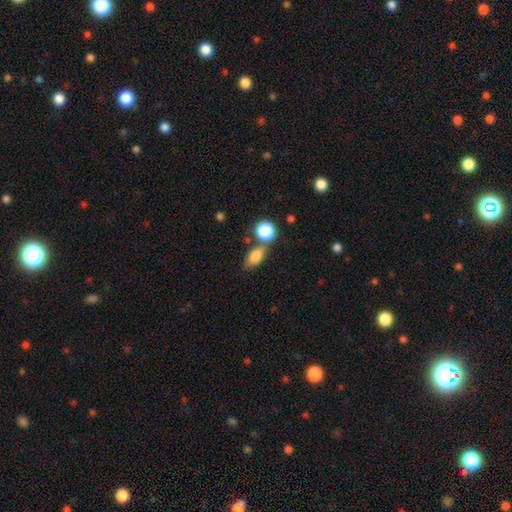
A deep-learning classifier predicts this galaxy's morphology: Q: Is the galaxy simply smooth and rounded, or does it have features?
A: smooth — 82%.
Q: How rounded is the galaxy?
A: in between — 77%.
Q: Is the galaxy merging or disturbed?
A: none — 57%.